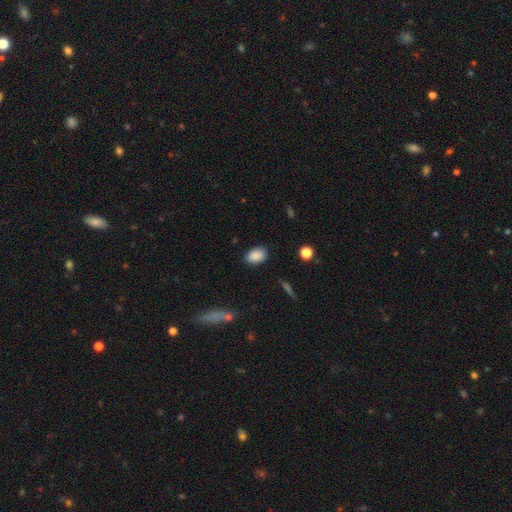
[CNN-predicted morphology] The model was most divided on "how rounded": in between: 84%, round: 14%, cigar-shaped: 1%. More confident: smooth or featured — smooth (88%); merging — none (85%).